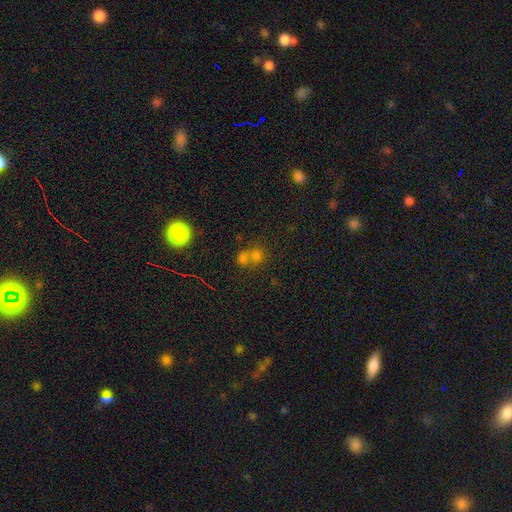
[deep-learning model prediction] smooth_or_featured: smooth (p=0.67) [alt: star or artifact p=0.22]
how_rounded: round (p=0.72) [alt: in between p=0.27]
merging: merger (p=0.57) [alt: none p=0.32]